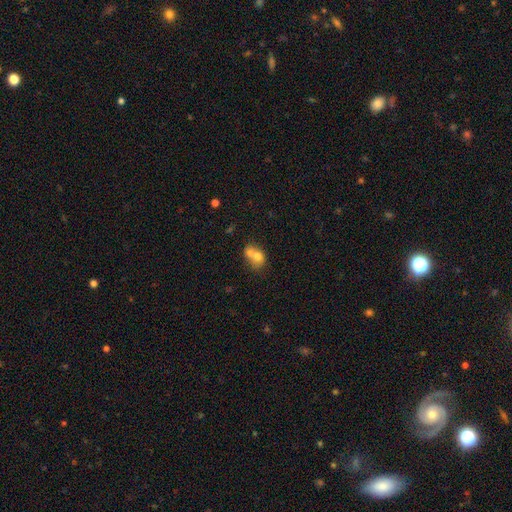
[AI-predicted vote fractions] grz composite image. It shows a smooth galaxy with no disk features (69%) that is round (53%). Merging: merger (68%).